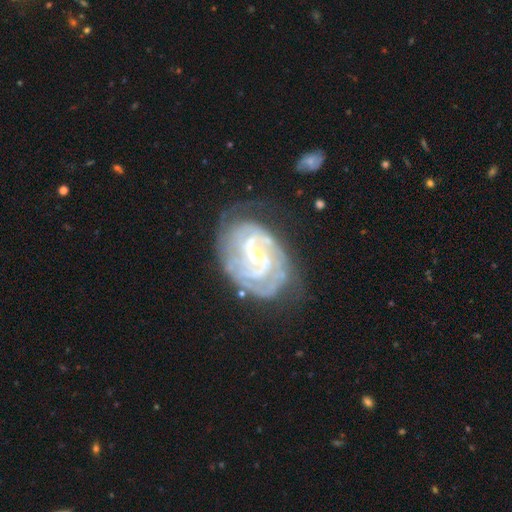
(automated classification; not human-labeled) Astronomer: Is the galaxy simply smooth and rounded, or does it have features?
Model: featured or disk — 88%.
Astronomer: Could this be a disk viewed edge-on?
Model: no — 97%.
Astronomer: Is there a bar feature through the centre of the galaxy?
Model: weak — 50% (runner-up: no, 35%).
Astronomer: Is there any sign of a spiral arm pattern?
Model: yes — 95%.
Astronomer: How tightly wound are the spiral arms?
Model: tight — 62%.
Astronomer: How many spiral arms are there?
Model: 2 — 46% (runner-up: can't tell, 24%).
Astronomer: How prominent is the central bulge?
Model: small — 48% (runner-up: moderate, 45%).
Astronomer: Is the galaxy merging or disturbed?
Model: none — 58%.